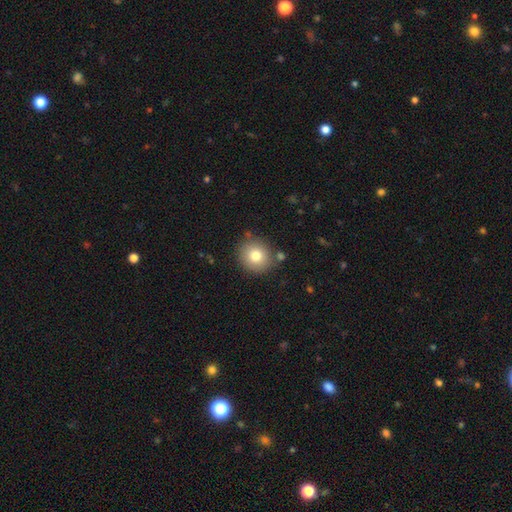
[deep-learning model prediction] Smooth or featured? smooth (78%)
How rounded? round (89%)
Merging? none (83%)